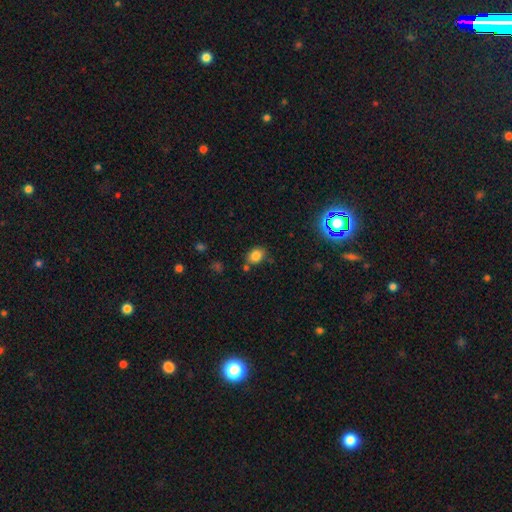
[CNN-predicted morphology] smooth 82%, star or artifact 12%, featured or disk 6%. Down the decision tree: how rounded — in between (55%); merging — none (73%).